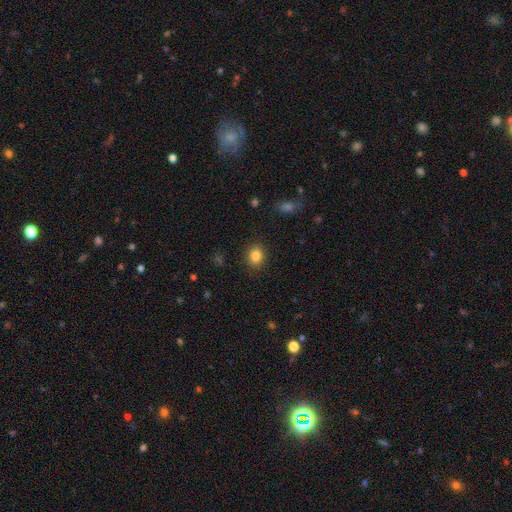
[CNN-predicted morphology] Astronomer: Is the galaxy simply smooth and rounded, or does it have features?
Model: smooth — 84%.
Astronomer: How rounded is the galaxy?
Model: round — 57% (runner-up: in between, 42%).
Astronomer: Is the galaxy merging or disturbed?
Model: none — 88%.